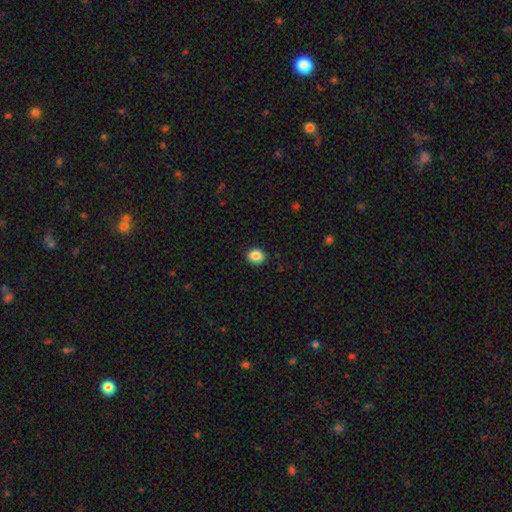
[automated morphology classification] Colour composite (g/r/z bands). It shows a smooth galaxy with no disk features (88%) that is round (67%). Merging: none (91%).